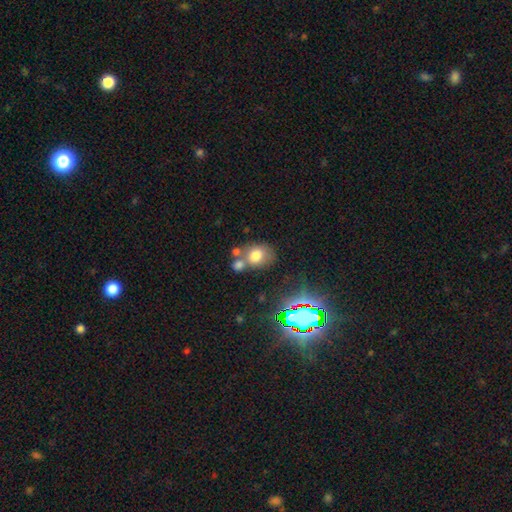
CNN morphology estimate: smooth_or_featured: smooth (p=0.72) [alt: star or artifact p=0.15]
how_rounded: round (p=0.53) [alt: in between p=0.46]
merging: none (p=0.48) [alt: merger p=0.32]